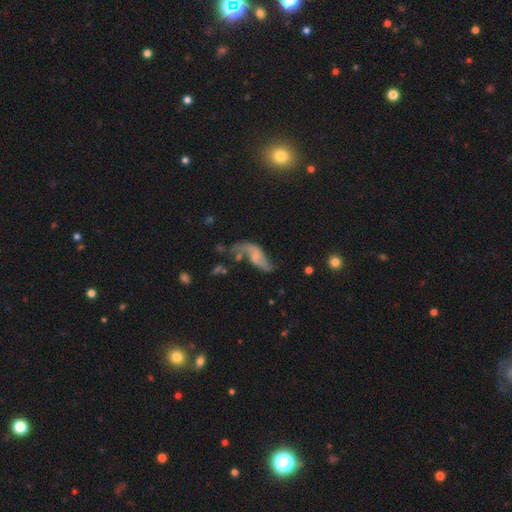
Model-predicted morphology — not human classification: featured or disk 71%, smooth 20%, star or artifact 9%. Down the decision tree: edge-on disk — no (94%); bar — no (52%); spiral arms — yes (84%); spiral arm count — 2 (81%); spiral winding — loose (84%); bulge size — none (45%); merging — none (36%).